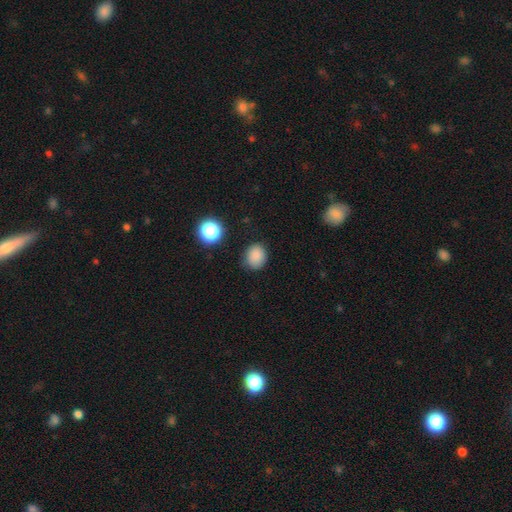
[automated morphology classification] Smooth or featured?
  - smooth: 84% *
  - star or artifact: 12%
  - featured or disk: 4%
How rounded?
  - round: 64% *
  - in between: 35%
  - cigar-shaped: 1%
Merging?
  - none: 79% *
  - minor disturbance: 16%
  - major disturbance: 4%
  - merger: 2%